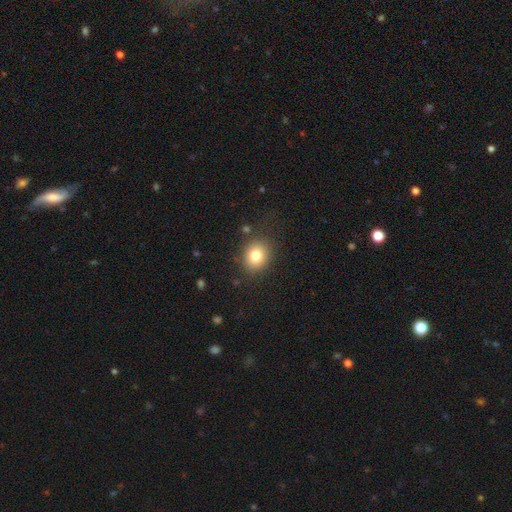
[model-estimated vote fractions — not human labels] This appears to be a smooth galaxy with no disk features (80%) that is round (67%). Merging: none (84%).